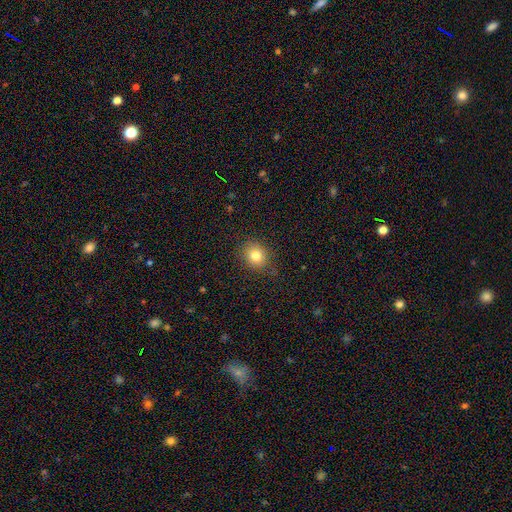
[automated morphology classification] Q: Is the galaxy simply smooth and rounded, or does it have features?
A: smooth — 81%.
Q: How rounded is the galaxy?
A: round — 73%.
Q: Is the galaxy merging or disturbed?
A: none — 86%.